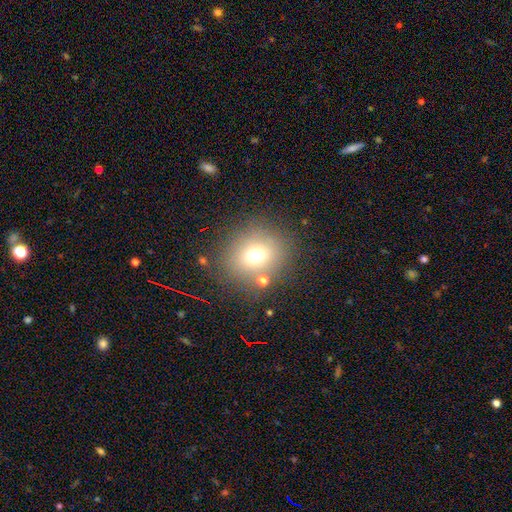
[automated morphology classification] smooth-or-featured: smooth: 67% | star or artifact: 20% | featured or disk: 14%
  how-rounded: round: 80% | in between: 19% | cigar-shaped: 1%
  merging: none: 77% | minor disturbance: 11% | merger: 7% | major disturbance: 6%